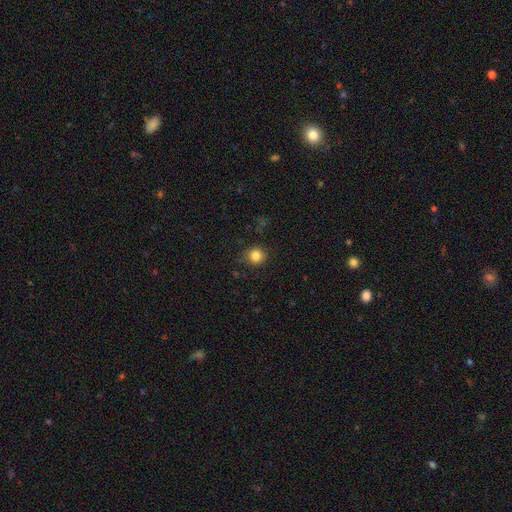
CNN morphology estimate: Smooth or featured: smooth — 84% (star or artifact — 11%)
How rounded: round — 88% (in between — 11%)
Merging: none — 84% (minor disturbance — 12%)